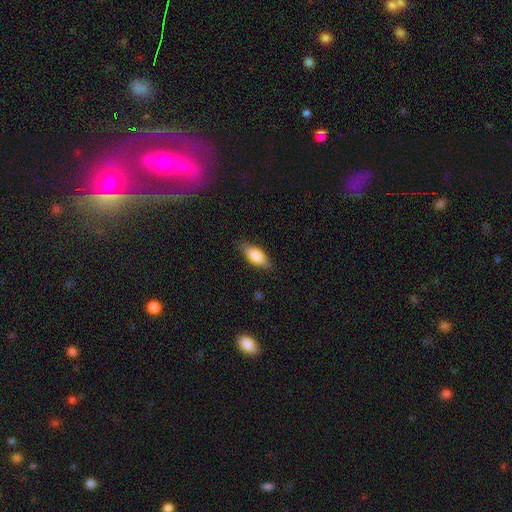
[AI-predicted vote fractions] smooth_or_featured: smooth (p=0.78) [alt: featured or disk p=0.15]
how_rounded: in between (p=0.80) [alt: cigar-shaped p=0.17]
merging: none (p=0.79) [alt: minor disturbance p=0.16]